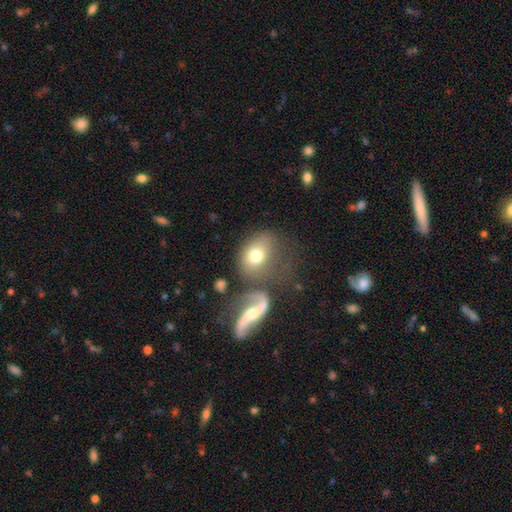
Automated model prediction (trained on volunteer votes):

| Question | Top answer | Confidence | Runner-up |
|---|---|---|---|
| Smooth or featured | smooth | 65% | featured or disk (28%) |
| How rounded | in between | 58% | round (39%) |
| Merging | none | 44% | merger (27%) |